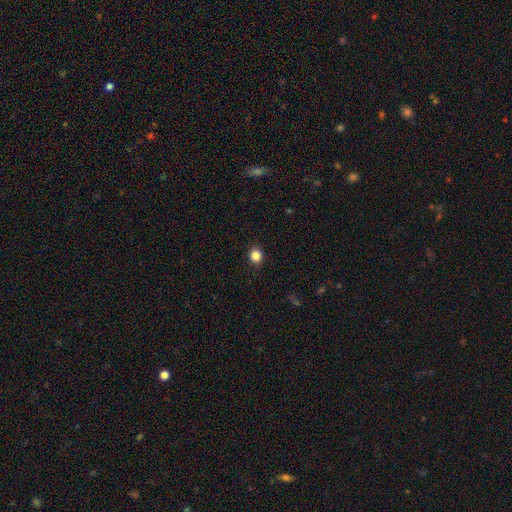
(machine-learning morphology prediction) smooth 85%, star or artifact 11%, featured or disk 4%. Down the decision tree: how rounded — round (80%); merging — none (90%).